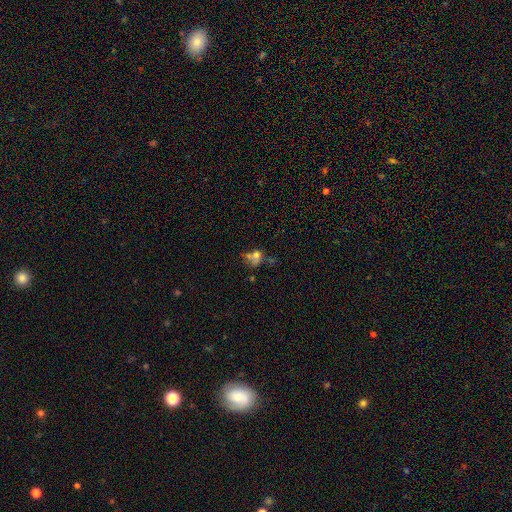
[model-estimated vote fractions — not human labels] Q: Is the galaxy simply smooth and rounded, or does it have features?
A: smooth — 51%.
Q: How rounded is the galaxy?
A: round — 56%.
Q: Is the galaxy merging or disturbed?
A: merger — 32%.